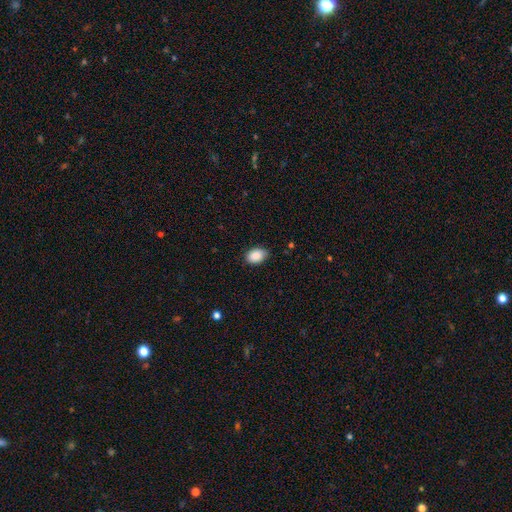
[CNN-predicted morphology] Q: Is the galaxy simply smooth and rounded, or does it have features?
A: smooth — 89%.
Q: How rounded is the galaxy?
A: in between — 84%.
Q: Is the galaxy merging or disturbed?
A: none — 82%.